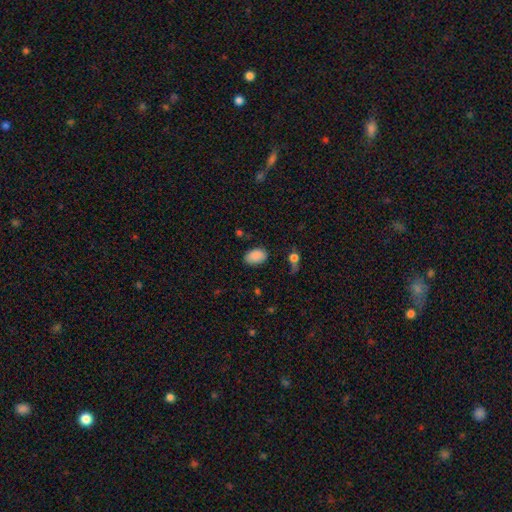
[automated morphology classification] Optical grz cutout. It shows a smooth galaxy with no disk features (88%) that is in between round and cigar-shaped (88%). Merging: none (80%).